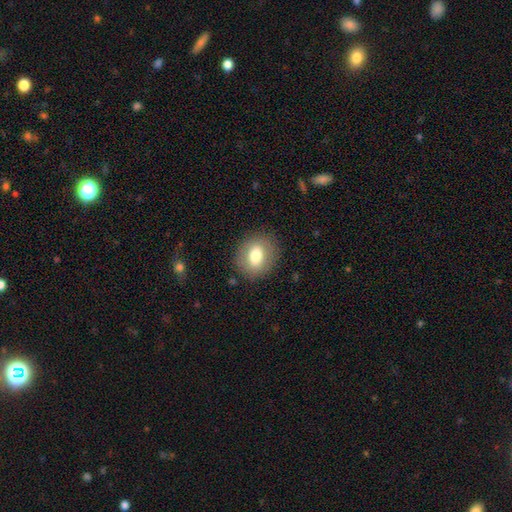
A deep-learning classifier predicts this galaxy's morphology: smooth-or-featured: smooth: 73% | featured or disk: 18% | star or artifact: 8%
  how-rounded: round: 53% | in between: 46% | cigar-shaped: 1%
  merging: none: 85% | minor disturbance: 10% | major disturbance: 4% | merger: 1%